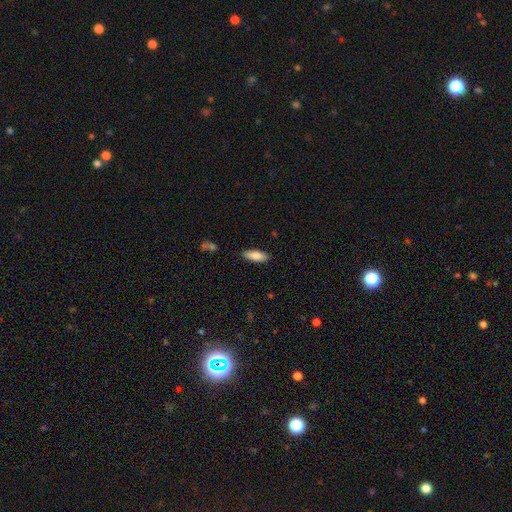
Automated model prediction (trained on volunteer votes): This appears to be a smooth galaxy with no disk features (84%) that is in between round and cigar-shaped (71%). Merging: none (87%).